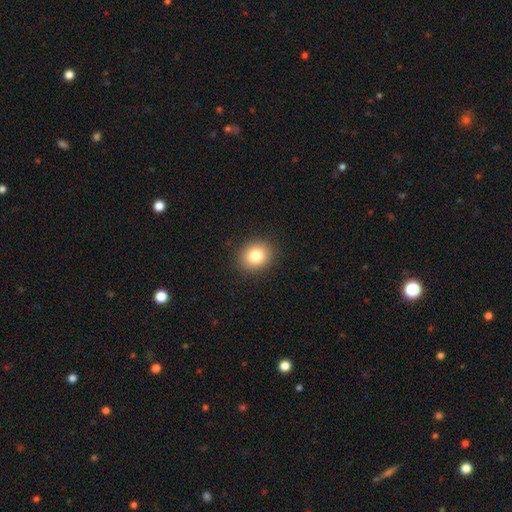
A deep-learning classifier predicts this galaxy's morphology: Overall: smooth (81%). How rounded: round (71%). Merging: none (91%).